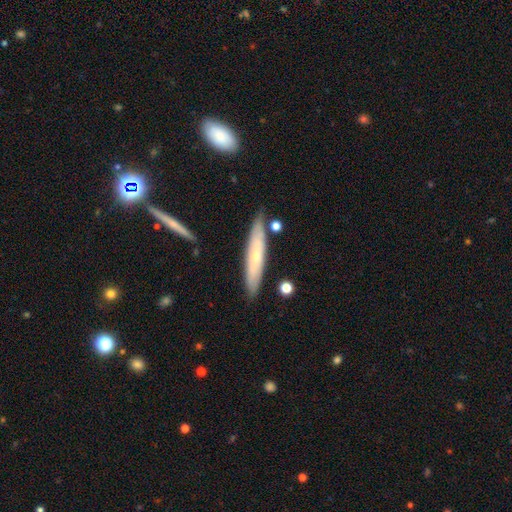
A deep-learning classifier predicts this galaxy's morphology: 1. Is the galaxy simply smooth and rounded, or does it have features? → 52% smooth, 42% featured or disk, 6% star or artifact.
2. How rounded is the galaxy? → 87% cigar-shaped, 12% in between, 1% round.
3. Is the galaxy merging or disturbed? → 83% none, 12% minor disturbance, 3% merger, 2% major disturbance.